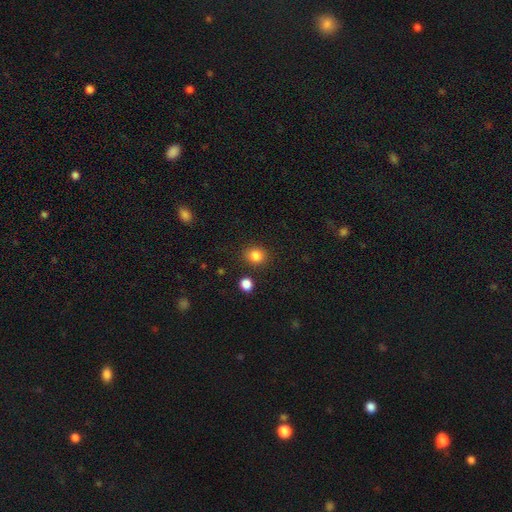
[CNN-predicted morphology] A smooth galaxy with no disk features (84%) that is round (79%). Merging: none (86%).